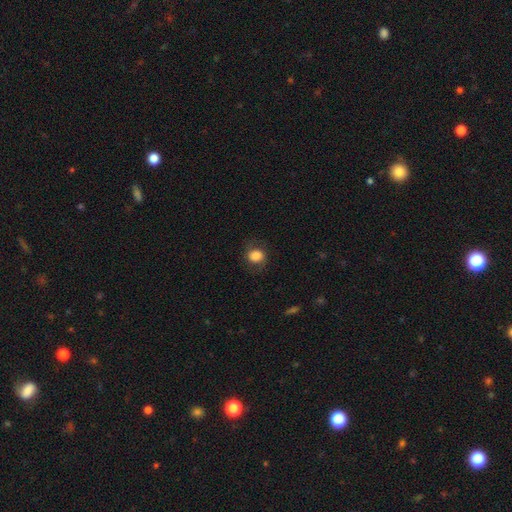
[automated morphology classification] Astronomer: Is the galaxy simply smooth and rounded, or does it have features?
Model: smooth — 75%.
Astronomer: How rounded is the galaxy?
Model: round — 76%.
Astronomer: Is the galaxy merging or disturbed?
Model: none — 75%.